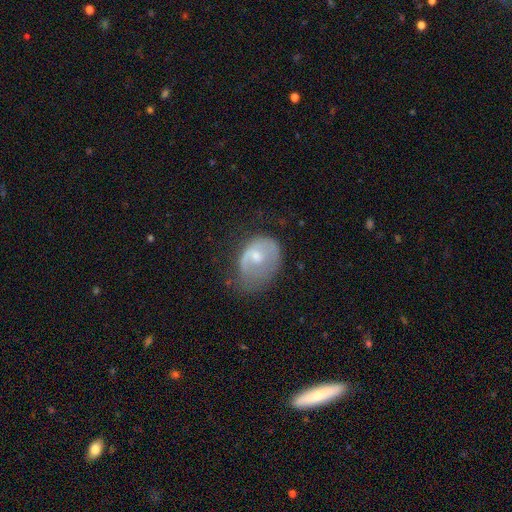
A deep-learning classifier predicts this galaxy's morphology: This is possibly a featured or disk galaxy (52%). It is clearly not viewed edge-on (97%). Bar: likely no (64%). Spiral arm pattern: possibly yes (58%). Central bulge: possibly moderate (51%). Merging: marginally major disturbance (37%).